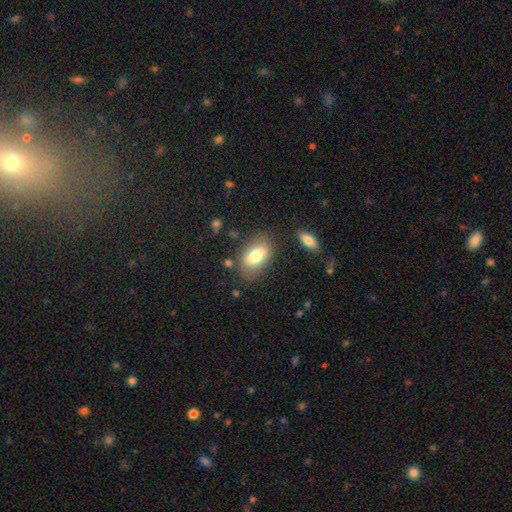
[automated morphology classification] A smooth galaxy with no disk features (76%) that is in between round and cigar-shaped (90%). Merging: none (75%).